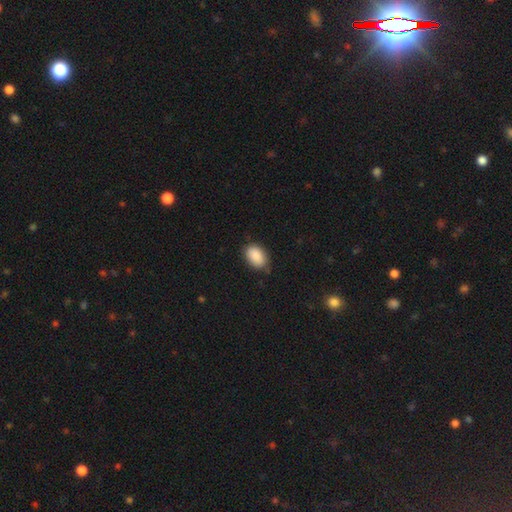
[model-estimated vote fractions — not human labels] Smooth or featured?
  - smooth: 89% *
  - star or artifact: 7%
  - featured or disk: 4%
How rounded?
  - in between: 88% *
  - round: 10%
  - cigar-shaped: 1%
Merging?
  - none: 74% *
  - minor disturbance: 21%
  - major disturbance: 3%
  - merger: 1%